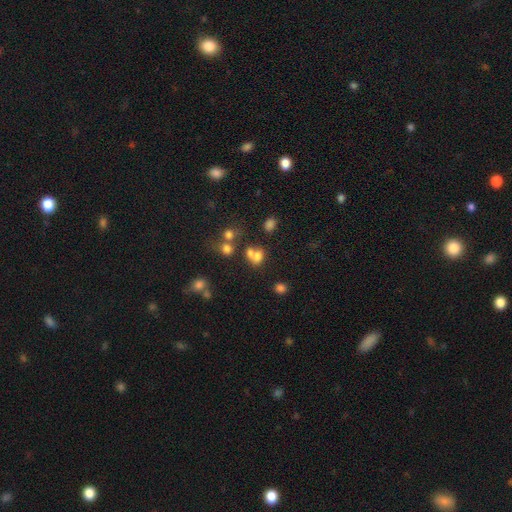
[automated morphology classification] Q: Smooth or featured?
A: smooth (68%); runner-up: star or artifact (18%)
Q: How rounded?
A: round (54%); runner-up: in between (45%)
Q: Merging?
A: merger (45%); runner-up: none (37%)